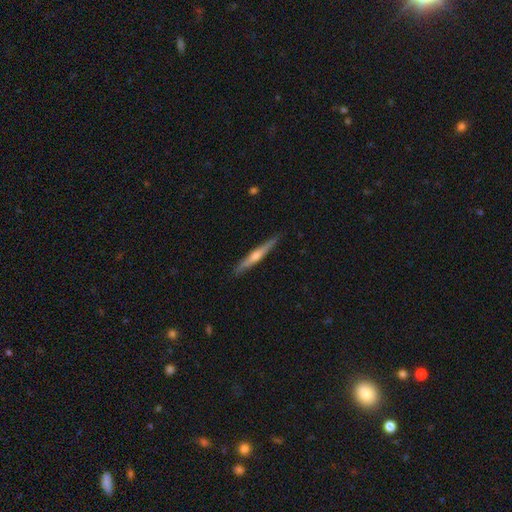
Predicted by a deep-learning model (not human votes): smooth-or-featured: featured or disk: 56% | smooth: 38% | star or artifact: 5%
  disk-edge-on: yes: 96% | no: 4%
    edge-on-bulge: rounded: 73% | none: 20% | boxy: 7%
  merging: none: 88% | minor disturbance: 9% | major disturbance: 2% | merger: 1%